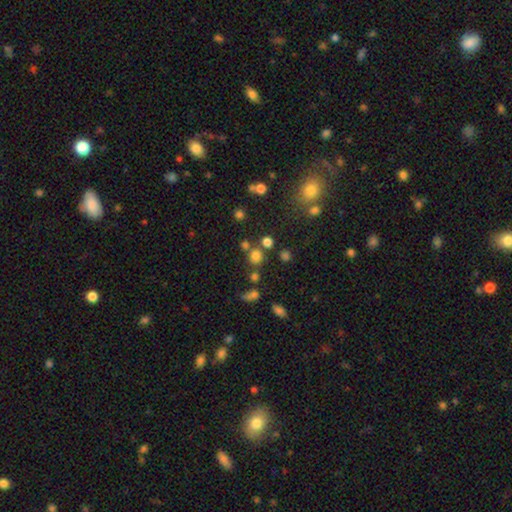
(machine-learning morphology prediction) smooth_or_featured: smooth (p=0.71) [alt: star or artifact p=0.20]
how_rounded: round (p=0.86) [alt: in between p=0.13]
merging: none (p=0.69) [alt: merger p=0.18]